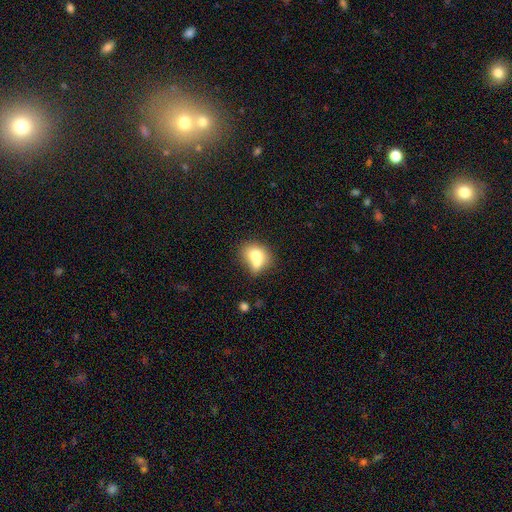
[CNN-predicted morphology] Smooth or featured? Predicted: smooth (p=0.70). How rounded? Predicted: round (p=0.53). Merging? Predicted: merger (p=0.51).